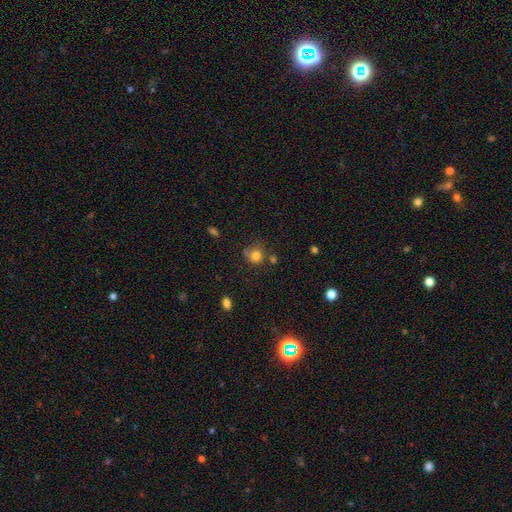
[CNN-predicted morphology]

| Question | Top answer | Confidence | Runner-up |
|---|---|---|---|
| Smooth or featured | smooth | 79% | star or artifact (13%) |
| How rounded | round | 87% | in between (12%) |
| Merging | none | 65% | merger (15%) |